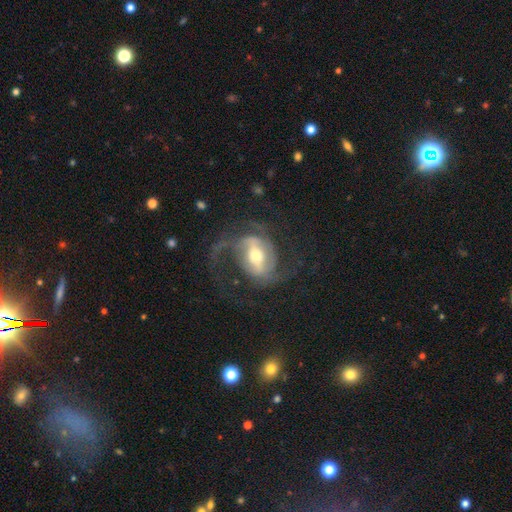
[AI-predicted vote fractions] Smooth or featured? Predicted: featured or disk (p=0.85). Edge-on disk? Predicted: no (p=0.96). Bar? Predicted: strong (p=0.48). Spiral arms? Predicted: yes (p=0.93). Spiral winding? Predicted: medium (p=0.47). Spiral arm count? Predicted: 2 (p=0.70). Bulge size? Predicted: moderate (p=0.60). Merging? Predicted: none (p=0.55).